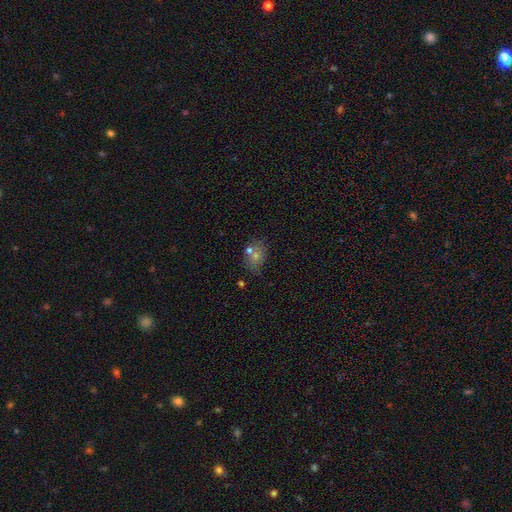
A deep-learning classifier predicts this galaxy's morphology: Smooth or featured: smooth — 54% (star or artifact — 27%)
How rounded: in between — 61% (round — 36%)
Merging: none — 63% (merger — 16%)